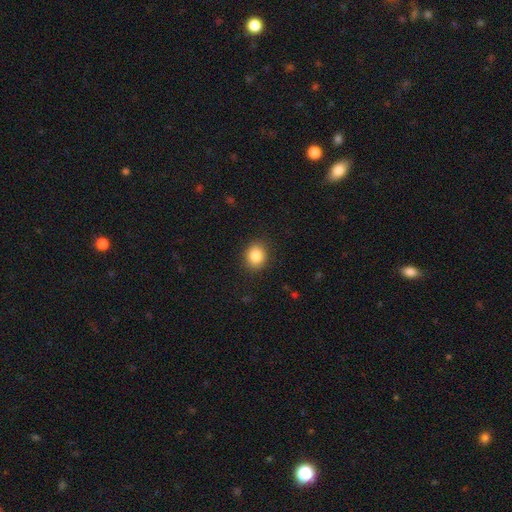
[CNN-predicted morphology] Q: Smooth or featured?
A: smooth (85%); runner-up: star or artifact (9%)
Q: How rounded?
A: round (69%); runner-up: in between (30%)
Q: Merging?
A: none (89%); runner-up: minor disturbance (8%)